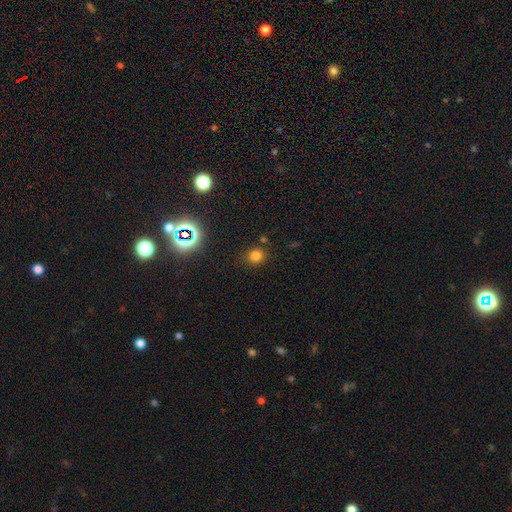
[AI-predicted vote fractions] A smooth galaxy with no disk features (76%) that is round (85%). Merging: none (83%).